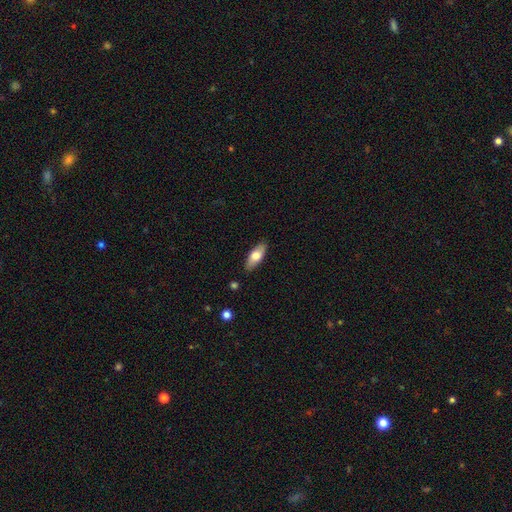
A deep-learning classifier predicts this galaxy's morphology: Smooth or featured: smooth — 70% (featured or disk — 24%)
How rounded: in between — 76% (cigar-shaped — 21%)
Merging: none — 86% (minor disturbance — 10%)